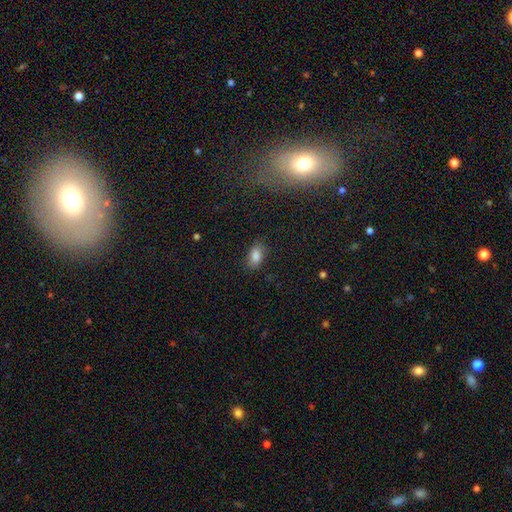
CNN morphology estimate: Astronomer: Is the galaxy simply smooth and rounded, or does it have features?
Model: smooth — 84%.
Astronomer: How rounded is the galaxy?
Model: in between — 89%.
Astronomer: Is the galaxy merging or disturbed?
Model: none — 79%.